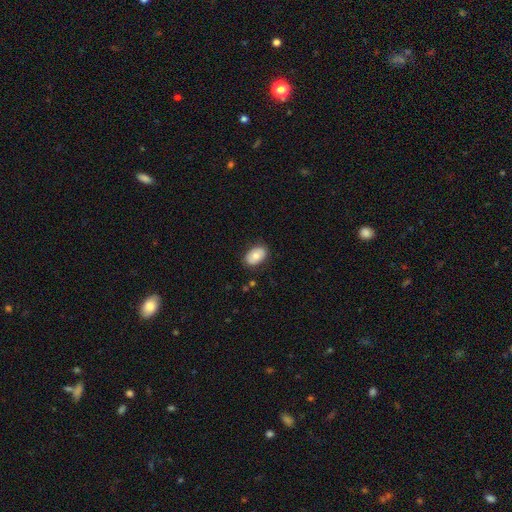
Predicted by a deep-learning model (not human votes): Smooth or featured: smooth — 76% (featured or disk — 17%)
How rounded: in between — 88% (round — 10%)
Merging: none — 84% (minor disturbance — 12%)